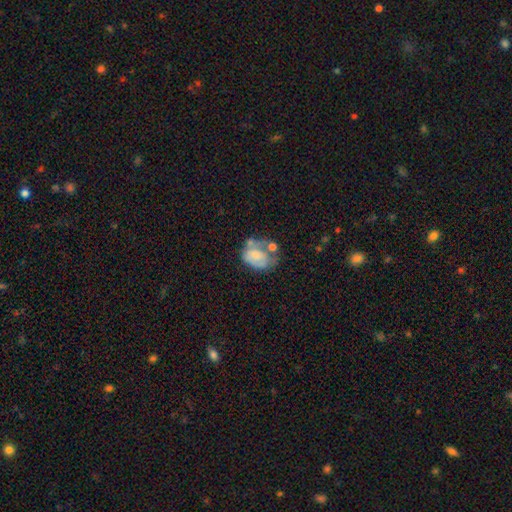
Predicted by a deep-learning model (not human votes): Overall: smooth (53%; featured or disk 39%). How rounded: in between (66%; round 33%). Merging: none (27%, tied with minor disturbance).